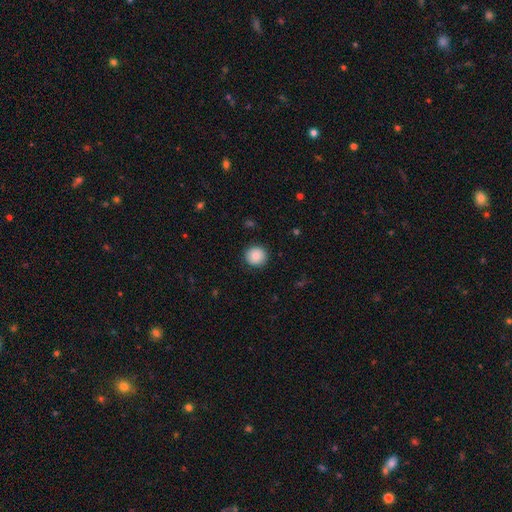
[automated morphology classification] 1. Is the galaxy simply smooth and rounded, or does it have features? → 87% smooth, 8% star or artifact, 5% featured or disk.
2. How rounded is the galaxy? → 91% round, 8% in between, 1% cigar-shaped.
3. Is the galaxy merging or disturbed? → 89% none, 7% minor disturbance, 2% major disturbance, 1% merger.